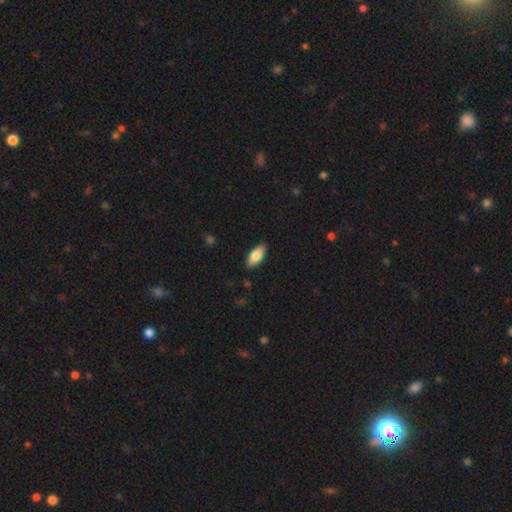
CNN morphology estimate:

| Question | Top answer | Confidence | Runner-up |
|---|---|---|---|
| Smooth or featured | smooth | 82% | featured or disk (12%) |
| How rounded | in between | 86% | cigar-shaped (11%) |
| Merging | none | 88% | minor disturbance (9%) |